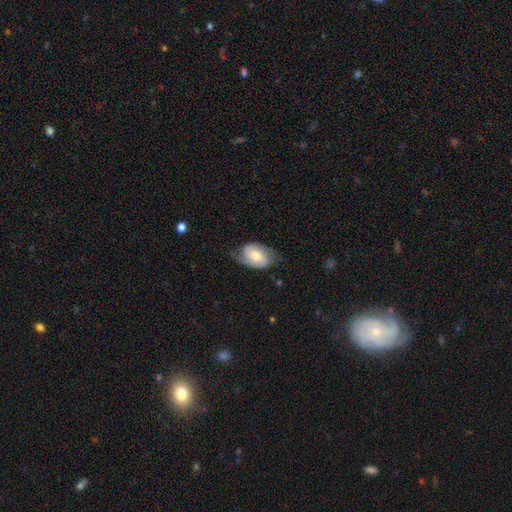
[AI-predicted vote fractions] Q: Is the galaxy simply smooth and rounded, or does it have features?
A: featured or disk — 49%.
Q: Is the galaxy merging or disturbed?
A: none — 59%.